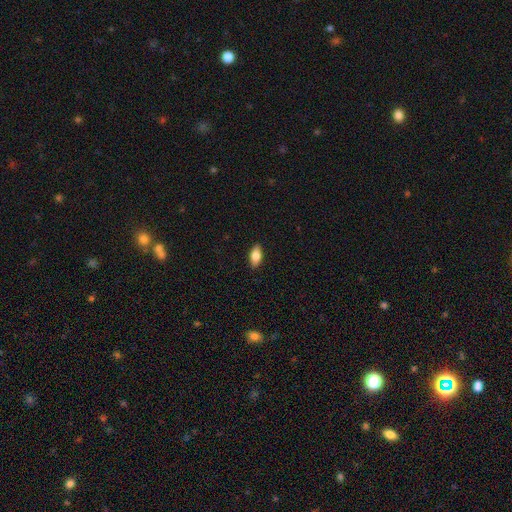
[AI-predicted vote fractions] Smooth or featured: smooth — 81% (featured or disk — 12%)
How rounded: in between — 86% (cigar-shaped — 11%)
Merging: none — 88% (minor disturbance — 9%)